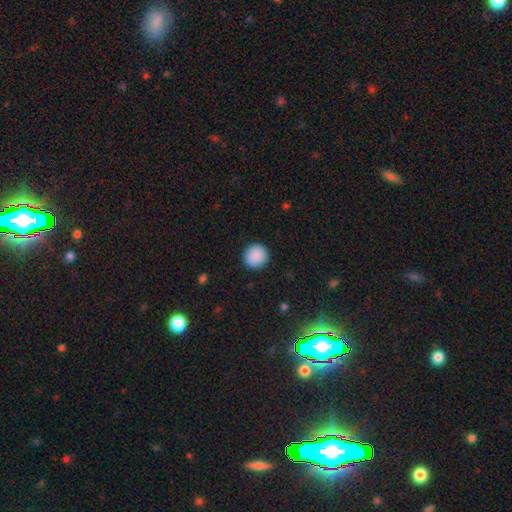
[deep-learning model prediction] Smooth or featured: smooth — 90% (star or artifact — 8%)
How rounded: round — 91% (in between — 8%)
Merging: none — 91% (minor disturbance — 6%)